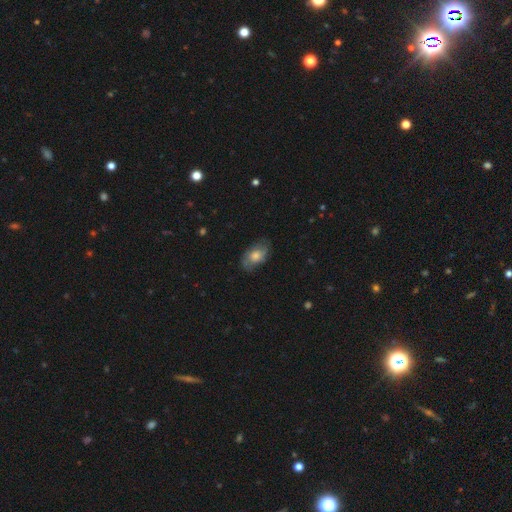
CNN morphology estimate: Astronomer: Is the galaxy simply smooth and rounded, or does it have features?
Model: smooth — 63%.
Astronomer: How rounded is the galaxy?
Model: in between — 88%.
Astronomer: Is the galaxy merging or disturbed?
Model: none — 70%.